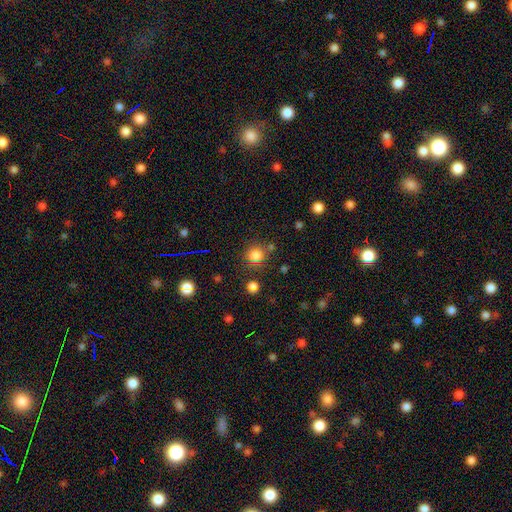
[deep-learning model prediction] The model was most divided on "merging": none: 76%, minor disturbance: 11%, merger: 8%, major disturbance: 4%. More confident: how rounded — round (89%); smooth or featured — smooth (81%).